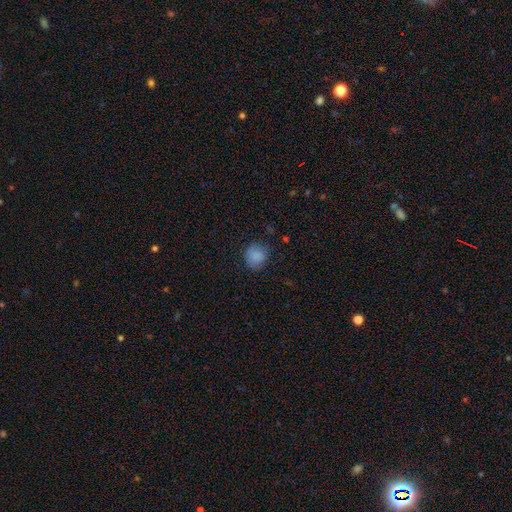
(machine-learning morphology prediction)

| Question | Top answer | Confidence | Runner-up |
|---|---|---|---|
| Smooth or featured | smooth | 86% | star or artifact (10%) |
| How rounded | round | 80% | in between (19%) |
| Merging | none | 76% | minor disturbance (18%) |